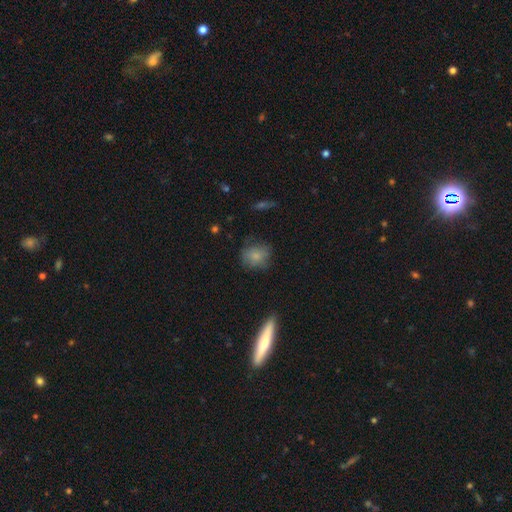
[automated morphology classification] smooth-or-featured: smooth: 80% | featured or disk: 10% | star or artifact: 10%
  how-rounded: round: 69% | in between: 29% | cigar-shaped: 1%
  merging: none: 67% | minor disturbance: 23% | major disturbance: 8% | merger: 2%